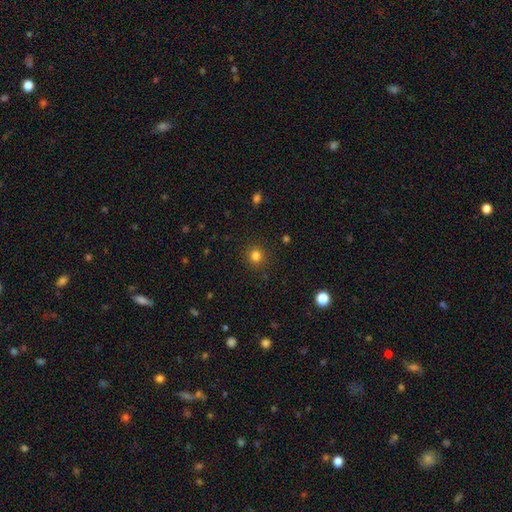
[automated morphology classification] Smooth or featured? smooth (81%)
How rounded? round (91%)
Merging? none (90%)